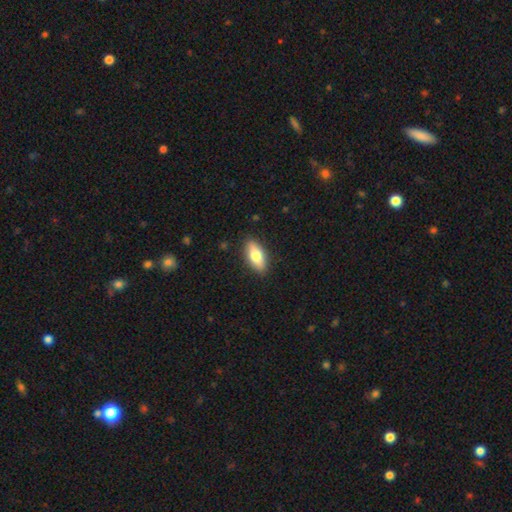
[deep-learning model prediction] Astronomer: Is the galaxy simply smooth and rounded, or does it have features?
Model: smooth — 71%.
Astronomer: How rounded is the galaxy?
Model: in between — 80%.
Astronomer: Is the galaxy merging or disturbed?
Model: none — 87%.